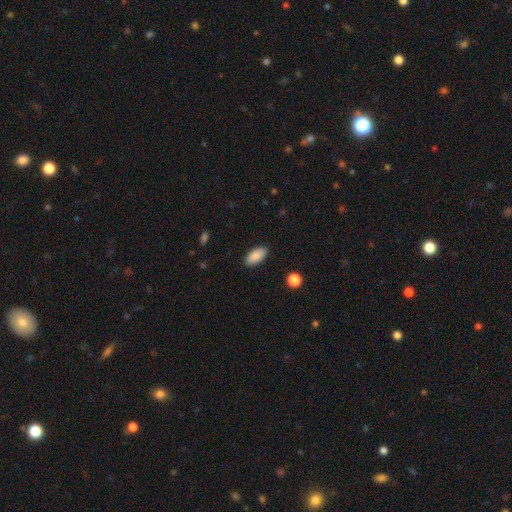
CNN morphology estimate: smooth_or_featured: smooth (p=0.89) [alt: star or artifact p=0.07]
how_rounded: in between (p=0.92) [alt: cigar-shaped p=0.06]
merging: none (p=0.89) [alt: minor disturbance p=0.08]